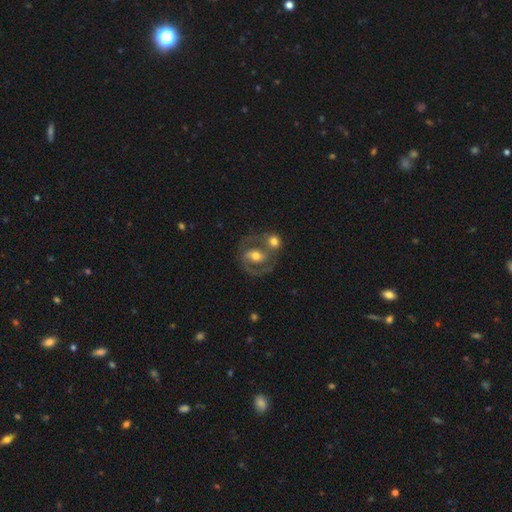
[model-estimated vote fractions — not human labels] Smooth or featured: featured or disk — 68% (smooth — 25%)
Edge-on disk: no — 96% (yes — 4%)
Bar: no — 40% (weak — 36%)
Spiral arms: yes — 69% (no — 31%)
Bulge size: moderate — 70% (small — 14%)
Merging: none — 43% (merger — 36%)